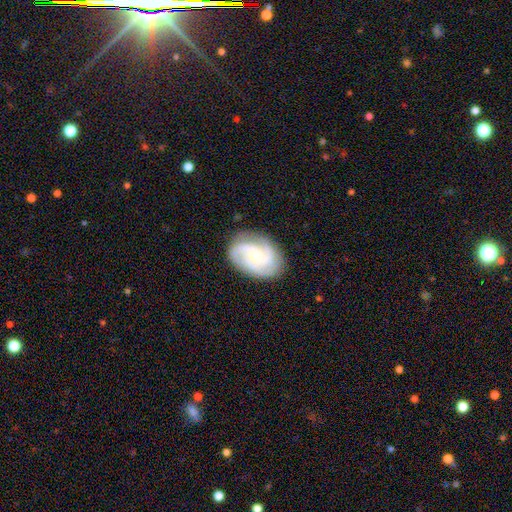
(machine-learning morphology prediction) Smooth or featured?
  - featured or disk: 86% *
  - smooth: 9%
  - star or artifact: 5%
Edge-on disk?
  - no: 98% *
  - yes: 2%
Bar?
  - no: 66% *
  - weak: 29%
  - strong: 5%
Spiral arms?
  - yes: 98% *
  - no: 2%
Spiral winding?
  - medium: 47% *
  - tight: 40%
  - loose: 13%
Spiral arm count?
  - 3: 56% *
  - 2: 17%
  - 4: 9%
  - can't tell: 9%
  - 1: 4%
  - more than 4: 4%
Bulge size?
  - small: 67% *
  - moderate: 30%
  - none: 1%
  - large: 1%
  - dominant: 1%
Merging?
  - none: 80% *
  - minor disturbance: 15%
  - major disturbance: 4%
  - merger: 1%